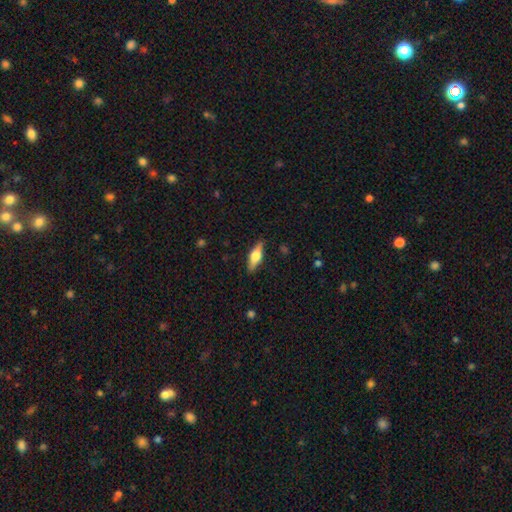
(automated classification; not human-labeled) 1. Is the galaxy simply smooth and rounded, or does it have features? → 49% featured or disk, 45% smooth, 6% star or artifact.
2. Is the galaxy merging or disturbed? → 87% none, 9% minor disturbance, 2% major disturbance, 1% merger.